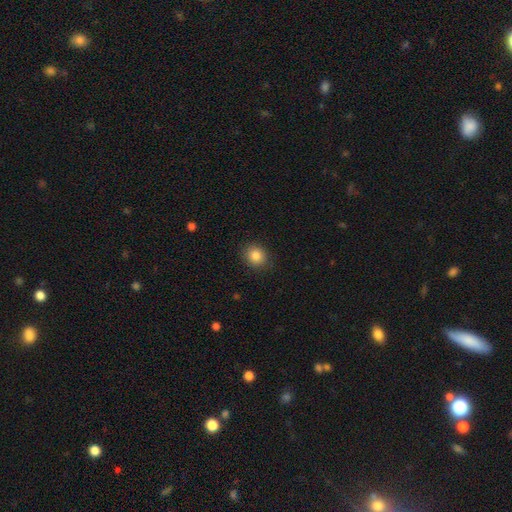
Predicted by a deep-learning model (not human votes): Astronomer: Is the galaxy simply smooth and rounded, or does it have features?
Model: smooth — 85%.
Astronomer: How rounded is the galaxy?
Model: round — 74%.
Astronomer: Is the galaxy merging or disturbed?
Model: none — 89%.